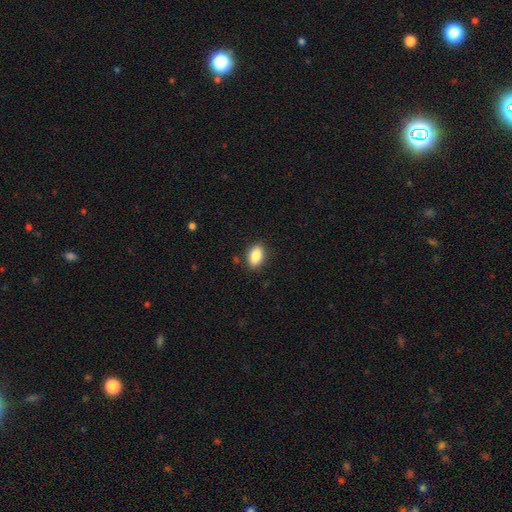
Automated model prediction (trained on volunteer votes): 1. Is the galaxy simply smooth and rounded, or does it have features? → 86% smooth, 8% star or artifact, 6% featured or disk.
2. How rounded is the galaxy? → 88% in between, 10% round, 3% cigar-shaped.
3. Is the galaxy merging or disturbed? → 87% none, 10% minor disturbance, 2% major disturbance, 1% merger.